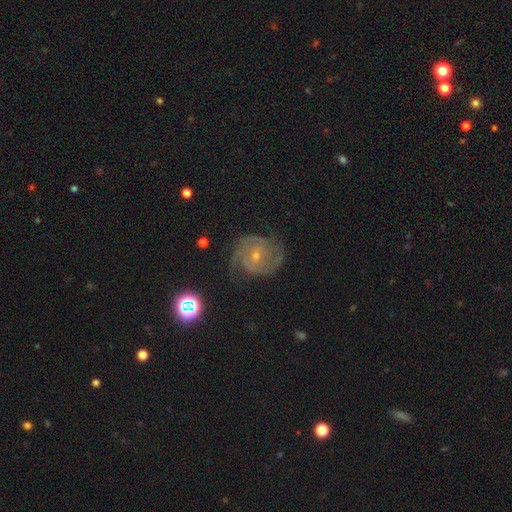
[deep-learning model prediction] This is clearly a featured or disk galaxy (85%). It is clearly not viewed edge-on (98%). Bar: possibly no (58%). Spiral arm pattern: clearly yes (96%). Spiral arm count: possibly 2 (49%). Spiral winding: possibly tight (48%). Central bulge: likely small (66%). Merging: likely none (72%).